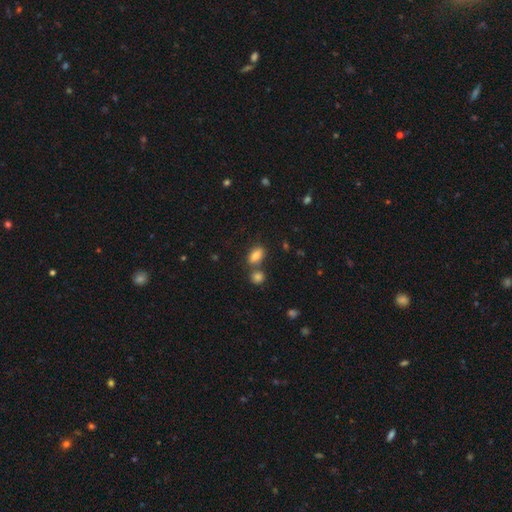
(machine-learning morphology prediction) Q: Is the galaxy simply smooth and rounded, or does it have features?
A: smooth — 83%.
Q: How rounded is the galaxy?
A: in between — 86%.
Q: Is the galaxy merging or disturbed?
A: none — 59%.